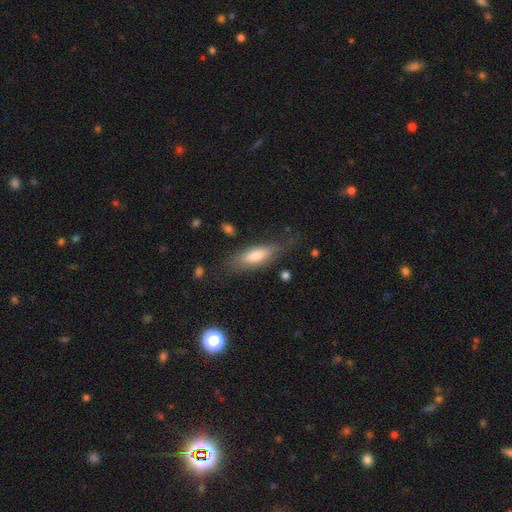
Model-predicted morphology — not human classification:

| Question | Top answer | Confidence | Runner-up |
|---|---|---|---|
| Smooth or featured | smooth | 69% | featured or disk (25%) |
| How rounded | in between | 53% | cigar-shaped (45%) |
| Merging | none | 69% | minor disturbance (21%) |